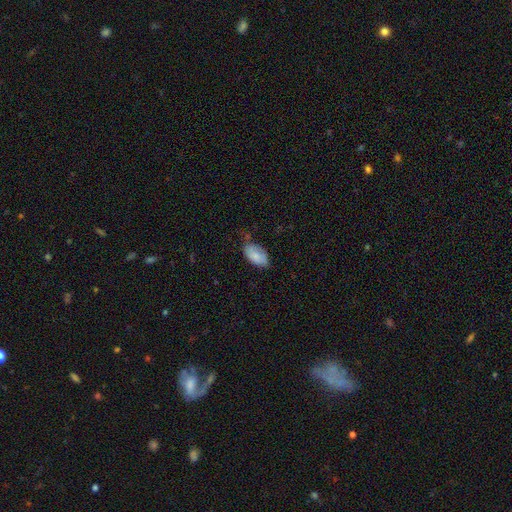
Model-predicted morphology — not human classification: Smooth or featured? Predicted: smooth (p=0.83). How rounded? Predicted: in between (p=0.95). Merging? Predicted: none (p=0.56).